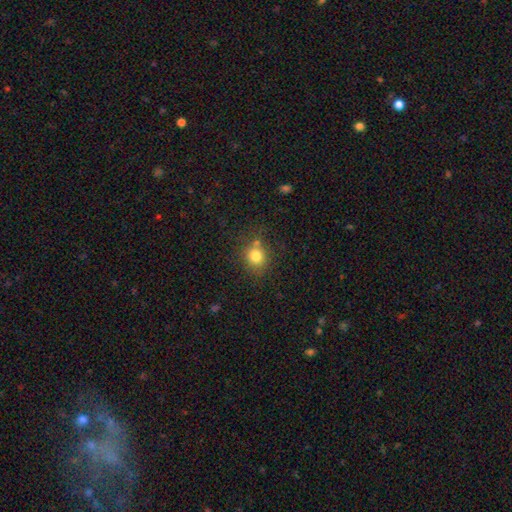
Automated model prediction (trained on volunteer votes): Smooth or featured?
  - smooth: 80% *
  - star or artifact: 12%
  - featured or disk: 8%
How rounded?
  - round: 80% *
  - in between: 19%
  - cigar-shaped: 1%
Merging?
  - none: 69% *
  - minor disturbance: 14%
  - merger: 12%
  - major disturbance: 5%